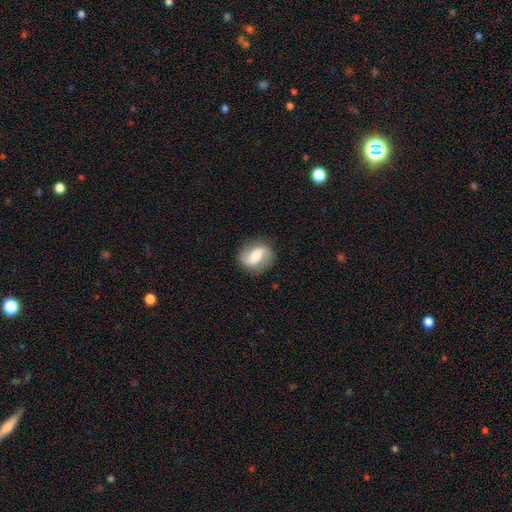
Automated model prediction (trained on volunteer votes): Morphology: type=featured or disk (60%); edge-on=no (95%); bar=strong (40%); spiral arms=yes (81%); bulge=moderate (55%); merging=none (83%).